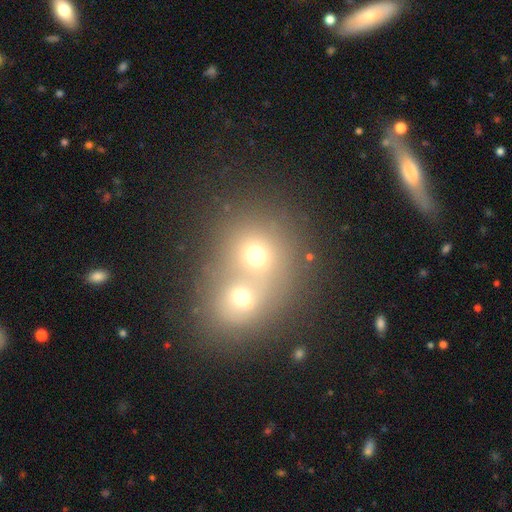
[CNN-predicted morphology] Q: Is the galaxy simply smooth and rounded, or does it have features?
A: smooth — 67%.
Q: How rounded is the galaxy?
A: round — 77%.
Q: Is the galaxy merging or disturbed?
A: merger — 70%.